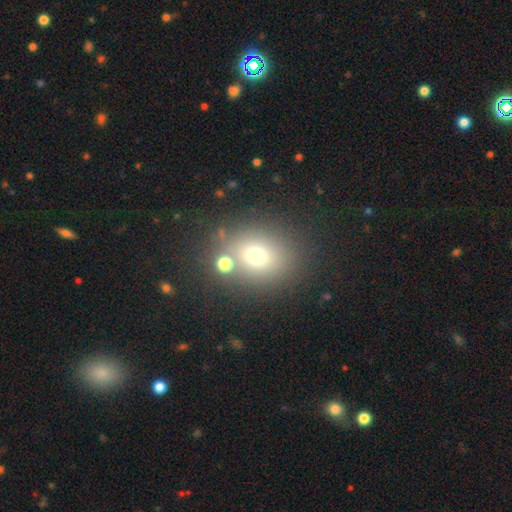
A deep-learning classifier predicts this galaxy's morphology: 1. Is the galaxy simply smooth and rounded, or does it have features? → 68% smooth, 19% star or artifact, 13% featured or disk.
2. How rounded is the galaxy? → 62% round, 37% in between, 1% cigar-shaped.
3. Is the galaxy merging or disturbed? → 74% none, 11% merger, 11% minor disturbance, 5% major disturbance.